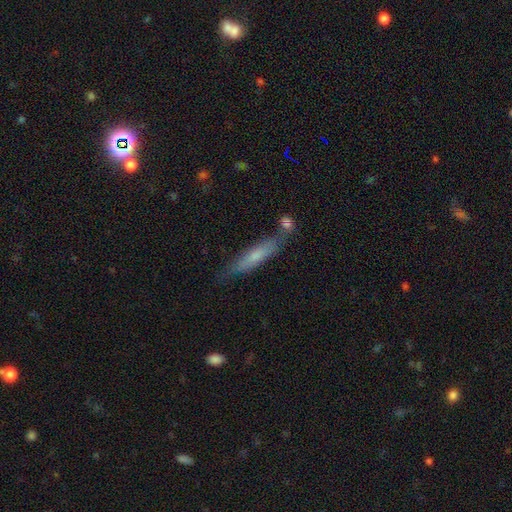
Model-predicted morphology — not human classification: Smooth or featured? smooth (61%)
How rounded? cigar-shaped (86%)
Merging? none (66%)